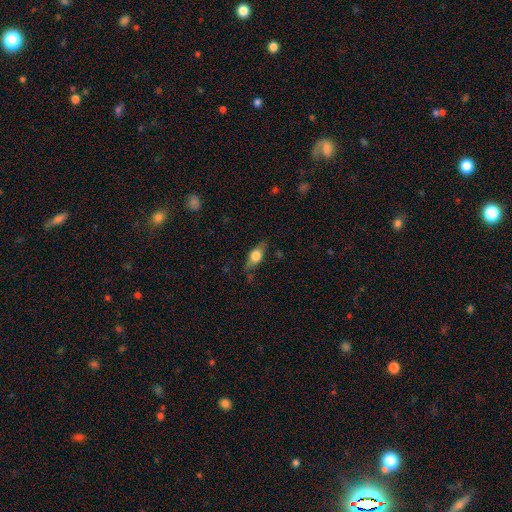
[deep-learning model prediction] The model was most divided on "smooth or featured": smooth: 59%, featured or disk: 34%, star or artifact: 7%. More confident: merging — none (74%); how rounded — in between (72%).